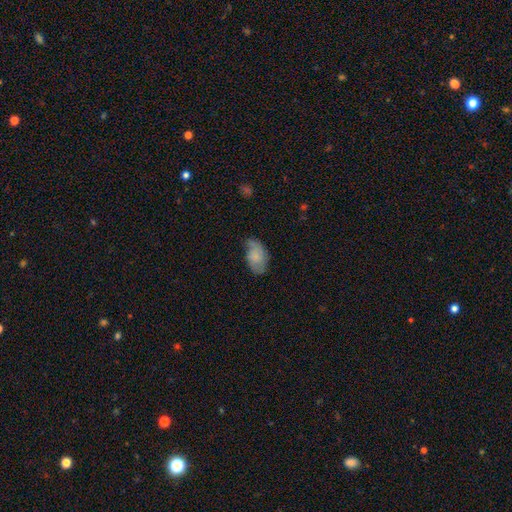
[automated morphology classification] smooth 61%, featured or disk 31%, star or artifact 8%. Down the decision tree: how rounded — in between (91%); merging — none (52%).